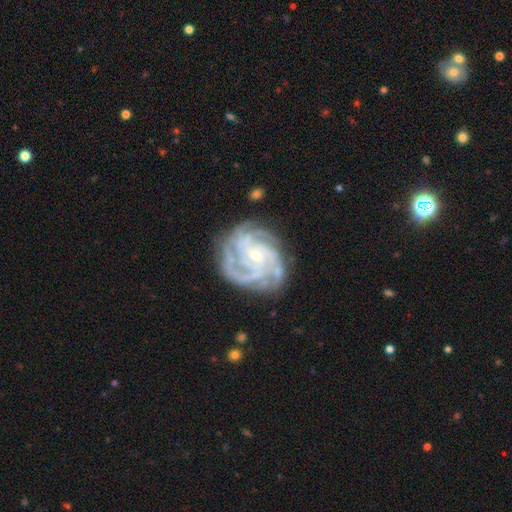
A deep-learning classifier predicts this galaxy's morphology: Smooth or featured? featured or disk (91%)
Edge-on disk? no (98%)
Bar? no (62%)
Spiral arms? yes (98%)
Spiral winding? tight (68%)
Spiral arm count? 4 (38%)
Bulge size? small (73%)
Merging? none (75%)